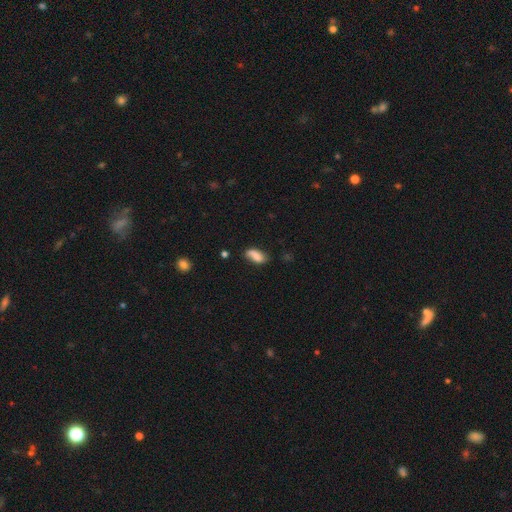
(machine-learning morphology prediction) smooth 74%, featured or disk 17%, star or artifact 9%. Down the decision tree: how rounded — in between (85%); merging — none (59%).